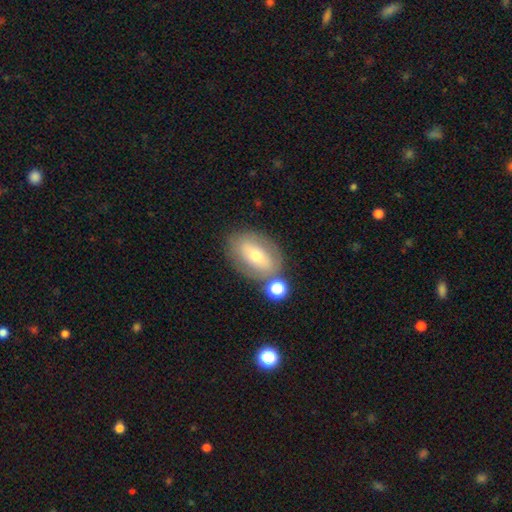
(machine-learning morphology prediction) Smooth or featured?
  - smooth: 47% *
  - featured or disk: 44%
  - star or artifact: 9%
Merging?
  - none: 70% *
  - minor disturbance: 14%
  - merger: 10%
  - major disturbance: 5%